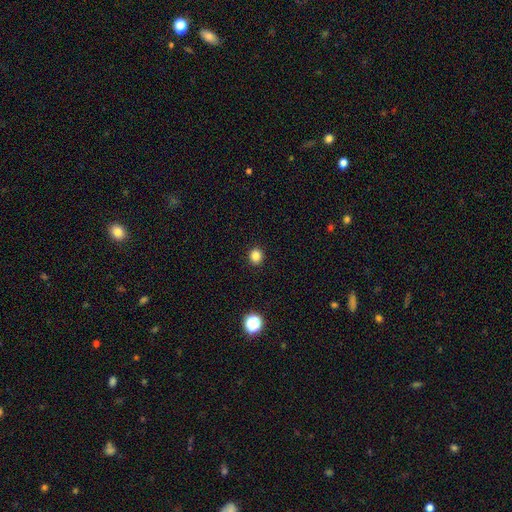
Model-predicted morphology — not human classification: Smooth or featured? Predicted: smooth (p=0.84). How rounded? Predicted: round (p=0.83). Merging? Predicted: none (p=0.92).